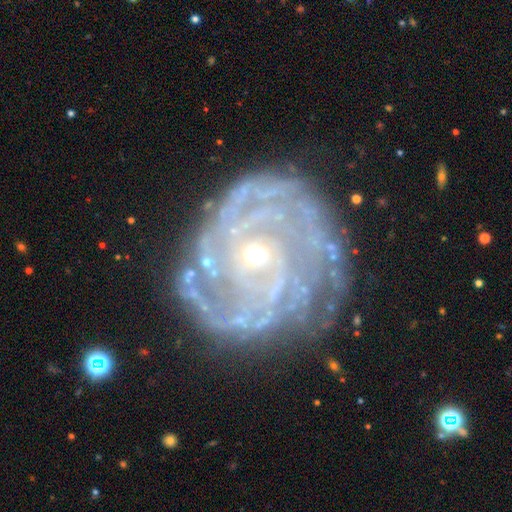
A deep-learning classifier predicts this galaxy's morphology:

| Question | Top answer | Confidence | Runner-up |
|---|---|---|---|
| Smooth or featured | featured or disk | 89% | star or artifact (6%) |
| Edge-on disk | no | 97% | yes (3%) |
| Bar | no | 65% | weak (25%) |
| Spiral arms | yes | 96% | no (4%) |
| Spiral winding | tight | 64% | medium (29%) |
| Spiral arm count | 2 | 28% | can't tell (23%) |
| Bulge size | small | 77% | moderate (19%) |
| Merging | none | 71% | minor disturbance (18%) |